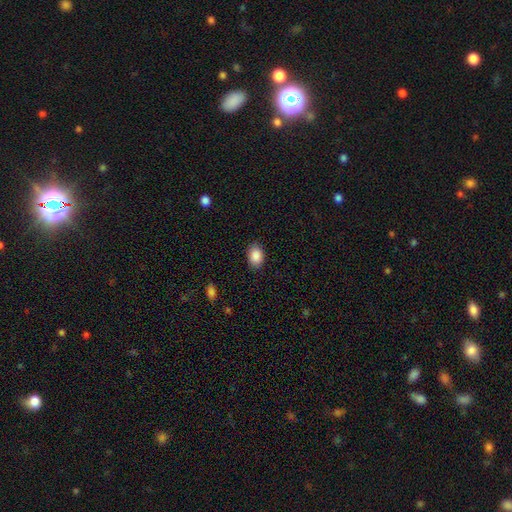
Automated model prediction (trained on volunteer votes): Overall: smooth (89%). How rounded: in between (80%). Merging: none (86%).